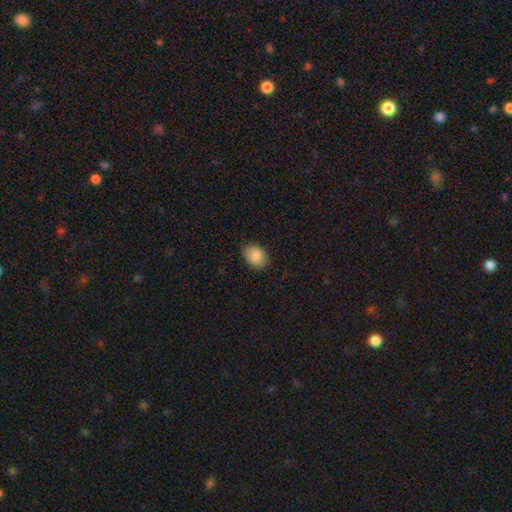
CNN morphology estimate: A smooth galaxy with no disk features (87%) that is in between round and cigar-shaped (73%). Merging: none (84%).